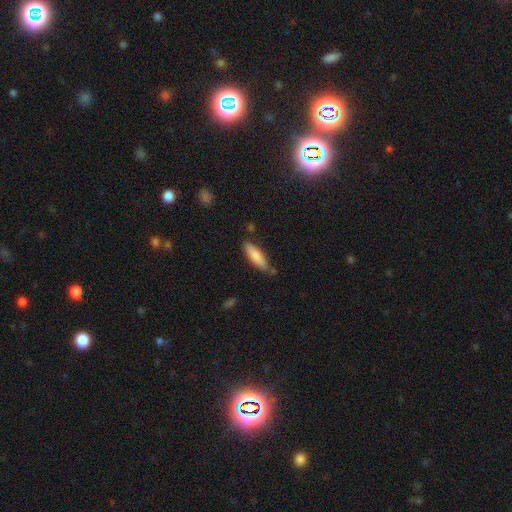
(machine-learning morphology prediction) This is clearly a smooth galaxy (81%). How rounded: likely cigar-shaped (61%). Merging: likely none (74%).